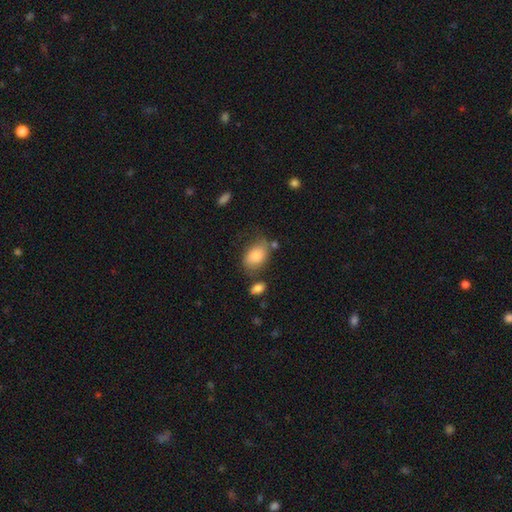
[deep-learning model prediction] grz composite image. It shows a smooth galaxy with no disk features (81%) that is in between round and cigar-shaped (84%). Merging: none (58%).